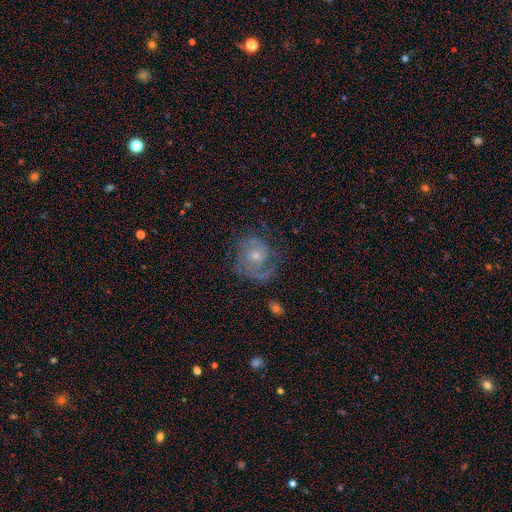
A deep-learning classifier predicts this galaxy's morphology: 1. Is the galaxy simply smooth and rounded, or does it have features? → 73% featured or disk, 19% smooth, 8% star or artifact.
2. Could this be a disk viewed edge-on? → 97% no, 3% yes.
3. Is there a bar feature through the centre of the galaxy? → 74% no, 22% weak, 3% strong.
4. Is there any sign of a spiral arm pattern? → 89% yes, 11% no.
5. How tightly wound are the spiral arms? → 42% tight, 39% medium, 18% loose.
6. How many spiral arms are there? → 43% 2, 24% 1, 20% can't tell, 8% 3, 3% 4, 3% more than 4.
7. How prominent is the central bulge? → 54% small, 41% moderate, 2% large, 2% none, 1% dominant.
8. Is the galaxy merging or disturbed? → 62% none, 20% minor disturbance, 16% major disturbance, 2% merger.